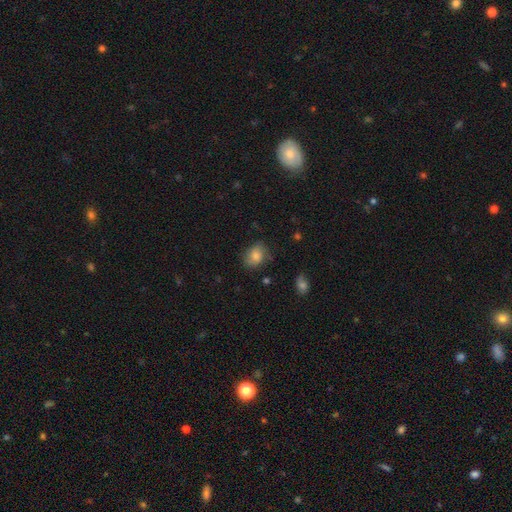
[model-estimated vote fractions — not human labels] Smooth or featured?
  - smooth: 78% *
  - featured or disk: 14%
  - star or artifact: 9%
How rounded?
  - in between: 60% *
  - round: 39%
  - cigar-shaped: 1%
Merging?
  - none: 70% *
  - minor disturbance: 22%
  - major disturbance: 6%
  - merger: 2%